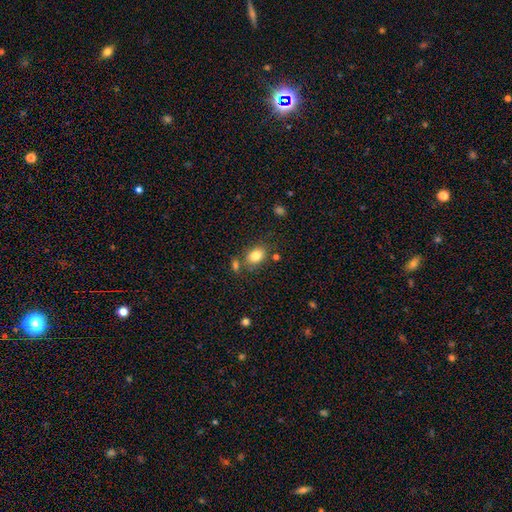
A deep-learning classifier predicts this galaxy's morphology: Smooth or featured?
  - smooth: 83% *
  - star or artifact: 9%
  - featured or disk: 8%
How rounded?
  - in between: 78% *
  - round: 21%
  - cigar-shaped: 1%
Merging?
  - none: 69% *
  - minor disturbance: 14%
  - merger: 13%
  - major disturbance: 4%